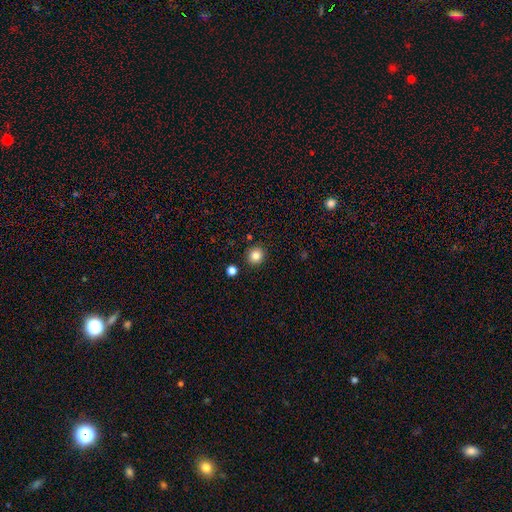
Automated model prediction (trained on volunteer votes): Smooth or featured? smooth (84%)
How rounded? round (90%)
Merging? none (89%)